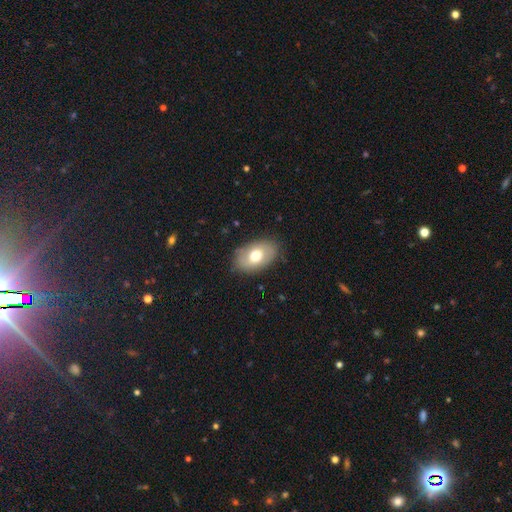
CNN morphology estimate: Overall: smooth (68%). How rounded: in between (89%). Merging: none (81%).